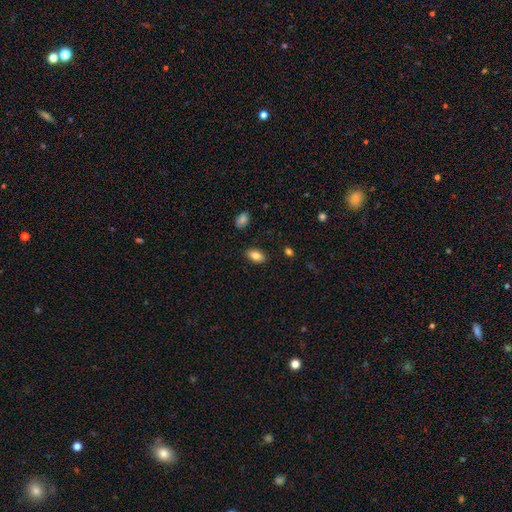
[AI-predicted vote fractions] Smooth or featured? Predicted: smooth (p=0.85). How rounded? Predicted: in between (p=0.92). Merging? Predicted: none (p=0.87).